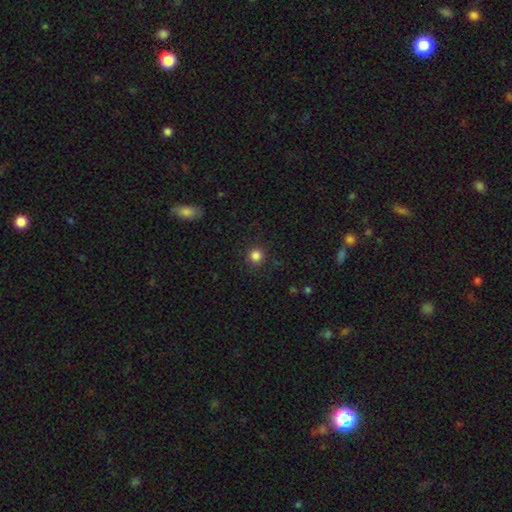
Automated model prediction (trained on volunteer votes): Smooth or featured? smooth (84%)
How rounded? round (94%)
Merging? none (90%)